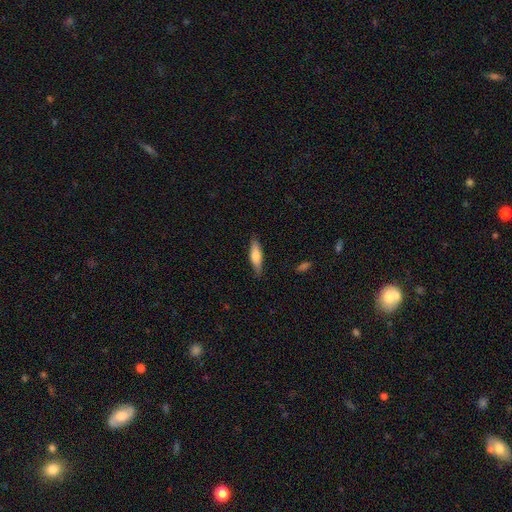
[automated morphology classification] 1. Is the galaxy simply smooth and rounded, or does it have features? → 70% smooth, 24% featured or disk, 6% star or artifact.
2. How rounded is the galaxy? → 60% cigar-shaped, 38% in between, 2% round.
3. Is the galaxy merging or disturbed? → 84% none, 13% minor disturbance, 2% major disturbance, 1% merger.